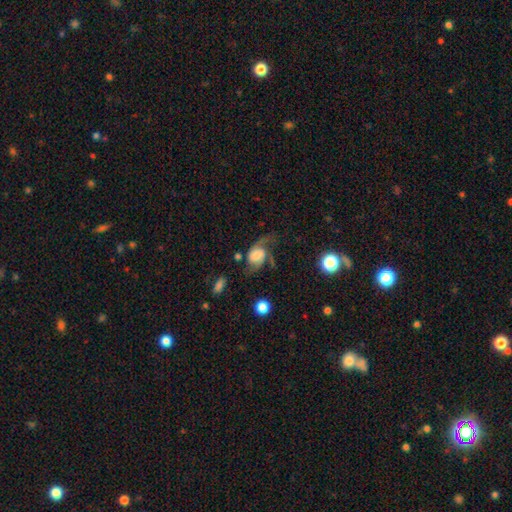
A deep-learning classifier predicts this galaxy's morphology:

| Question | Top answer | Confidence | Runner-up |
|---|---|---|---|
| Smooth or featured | featured or disk | 76% | smooth (17%) |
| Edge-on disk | no | 97% | yes (3%) |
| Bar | no | 56% | weak (35%) |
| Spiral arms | yes | 94% | no (6%) |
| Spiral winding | loose | 51% | medium (38%) |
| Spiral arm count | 2 | 84% | 1 (7%) |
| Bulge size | large | 32% | moderate (21%) |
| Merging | none | 48% | major disturbance (26%) |